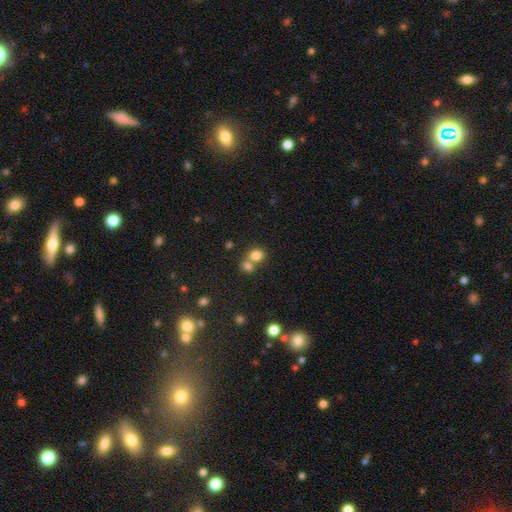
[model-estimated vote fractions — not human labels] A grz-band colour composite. It shows a smooth galaxy with no disk features (79%) that is round (59%). Merging: merger (52%).